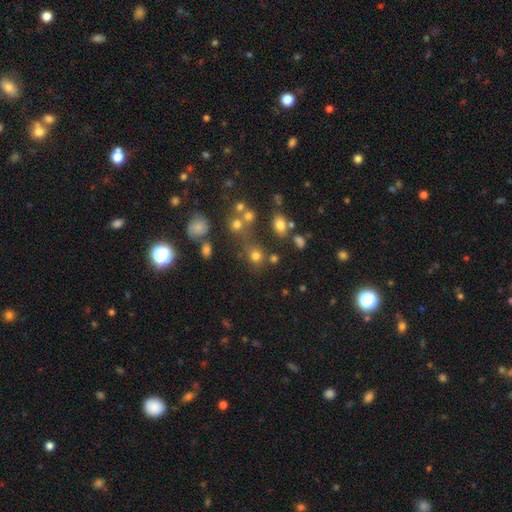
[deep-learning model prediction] smooth-or-featured: smooth: 73% | star or artifact: 17% | featured or disk: 10%
  how-rounded: round: 77% | in between: 21% | cigar-shaped: 2%
  merging: none: 58% | merger: 20% | minor disturbance: 14% | major disturbance: 8%